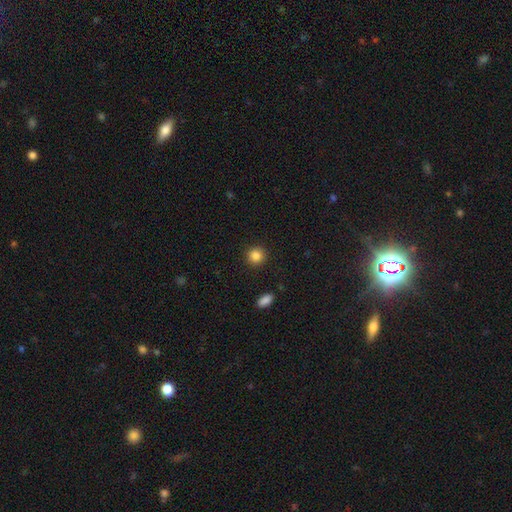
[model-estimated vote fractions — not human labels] Smooth or featured? Predicted: smooth (p=0.86). How rounded? Predicted: round (p=0.92). Merging? Predicted: none (p=0.92).